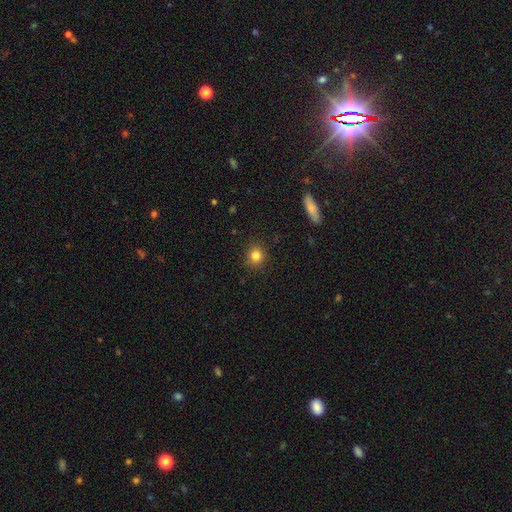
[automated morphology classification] smooth_or_featured: smooth (p=0.83) [alt: star or artifact p=0.12]
how_rounded: round (p=0.89) [alt: in between p=0.10]
merging: none (p=0.90) [alt: minor disturbance p=0.07]